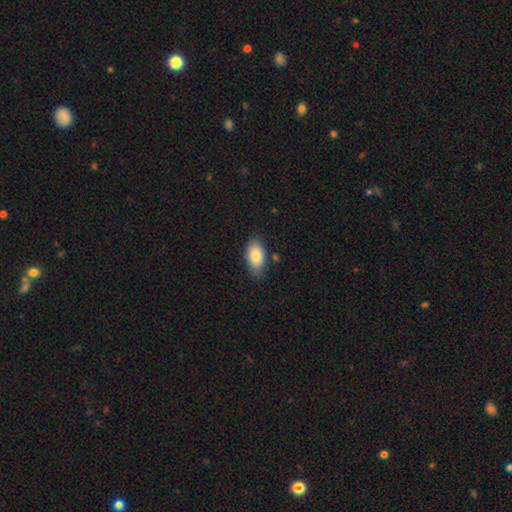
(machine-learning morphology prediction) smooth_or_featured: smooth (p=0.82) [alt: featured or disk p=0.11]
how_rounded: in between (p=0.93) [alt: round p=0.04]
merging: none (p=0.78) [alt: minor disturbance p=0.18]